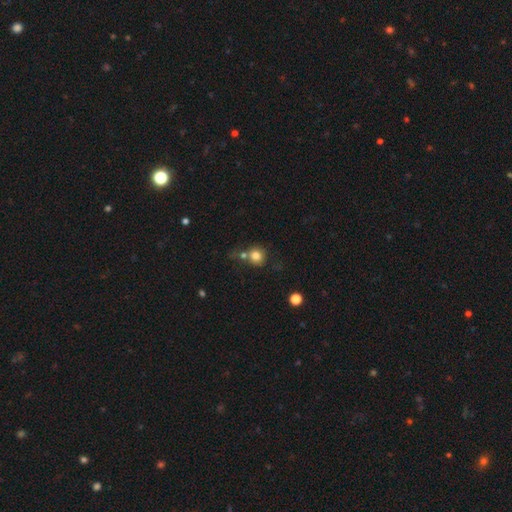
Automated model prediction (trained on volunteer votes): A smooth galaxy with no disk features (79%) that is round (88%). Merging: none (56%).